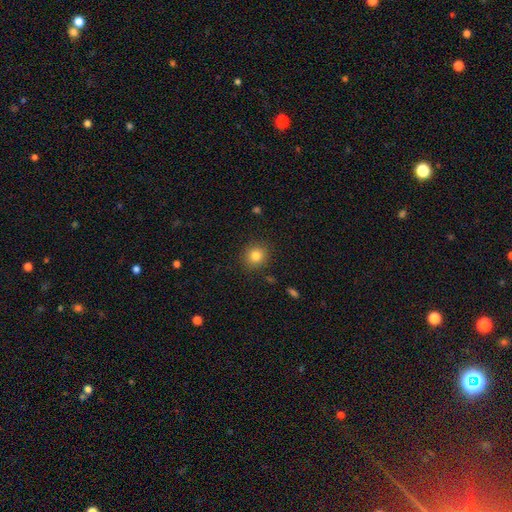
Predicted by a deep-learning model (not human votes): Morphology: type=smooth (82%); roundness=round (87%); merging=none (89%).